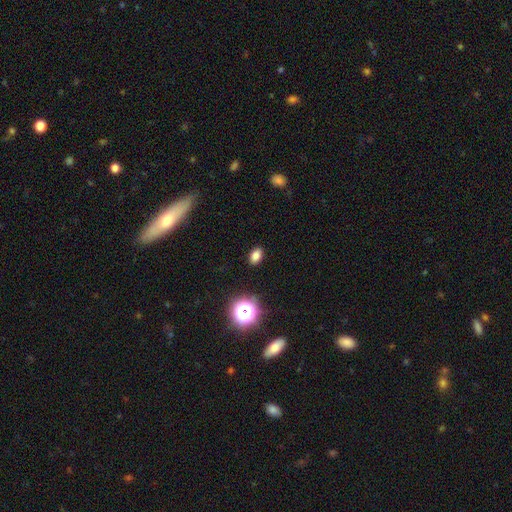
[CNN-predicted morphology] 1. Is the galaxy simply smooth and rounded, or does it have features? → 79% smooth, 16% star or artifact, 5% featured or disk.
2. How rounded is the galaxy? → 81% in between, 17% round, 2% cigar-shaped.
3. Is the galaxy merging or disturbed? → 89% none, 8% minor disturbance, 2% major disturbance, 1% merger.